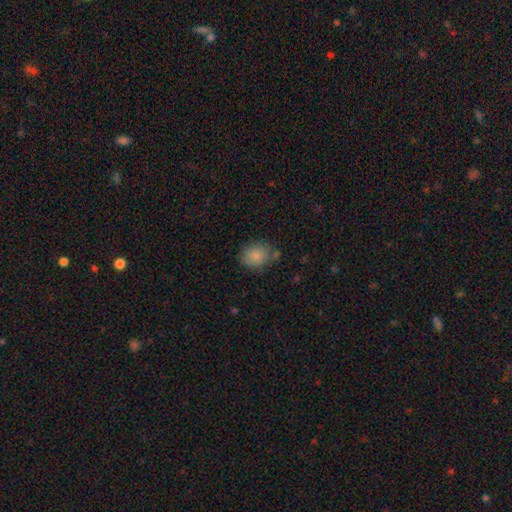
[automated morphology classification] Smooth or featured? smooth (85%)
How rounded? round (53%)
Merging? none (72%)